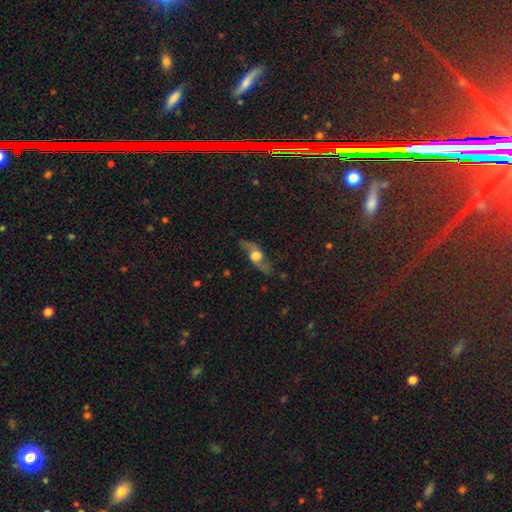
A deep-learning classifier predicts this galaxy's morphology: This is likely a featured or disk galaxy (61%). It is likely viewed edge-on (64%). Merging: likely none (76%).